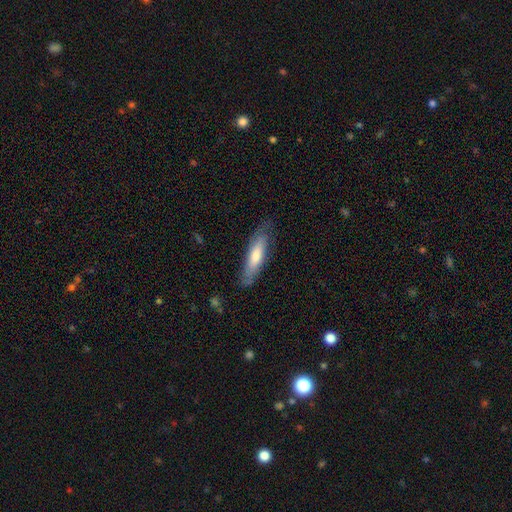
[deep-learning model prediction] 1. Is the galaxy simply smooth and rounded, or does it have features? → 61% smooth, 33% featured or disk, 6% star or artifact.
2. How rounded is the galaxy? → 72% cigar-shaped, 27% in between, 1% round.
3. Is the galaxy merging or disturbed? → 75% none, 19% minor disturbance, 5% major disturbance, 1% merger.